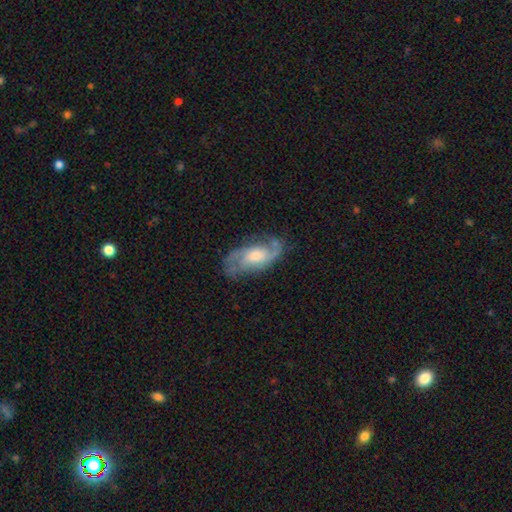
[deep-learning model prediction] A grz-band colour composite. It shows a featured or disk galaxy (82%) with no bar (55%), 2 (77%) medium (49%) spiral arms (95%) and a moderate central bulge (52%). Merging: none (71%).